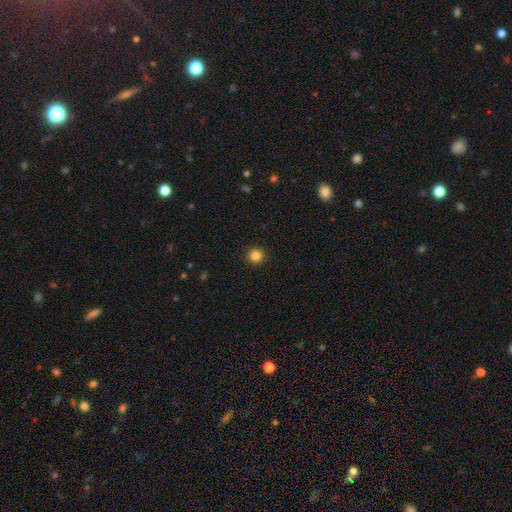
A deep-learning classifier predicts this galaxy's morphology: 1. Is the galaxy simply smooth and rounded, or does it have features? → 84% smooth, 11% star or artifact, 4% featured or disk.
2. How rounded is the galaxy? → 95% round, 4% in between, 1% cigar-shaped.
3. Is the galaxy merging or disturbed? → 93% none, 4% minor disturbance, 2% major disturbance, 1% merger.